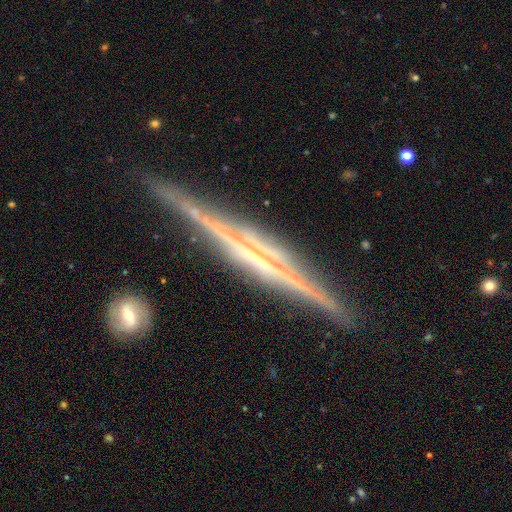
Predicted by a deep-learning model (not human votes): This appears to be a featured or disk galaxy (88%) viewed edge-on (98%) with a rounded central bulge (39%). Merging: none (88%).